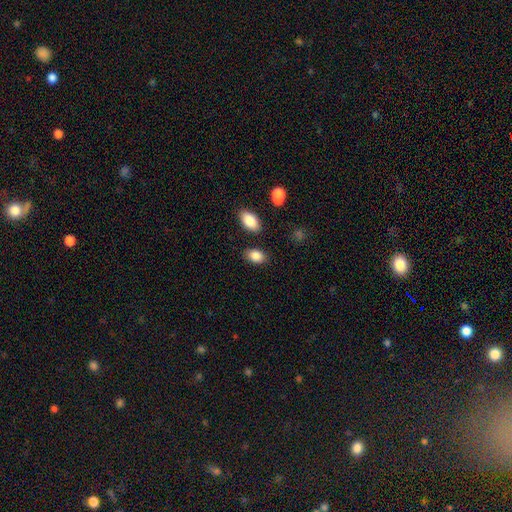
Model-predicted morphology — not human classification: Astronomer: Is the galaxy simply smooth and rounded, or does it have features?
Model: smooth — 86%.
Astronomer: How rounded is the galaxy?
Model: in between — 85%.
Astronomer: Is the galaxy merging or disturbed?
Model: none — 83%.